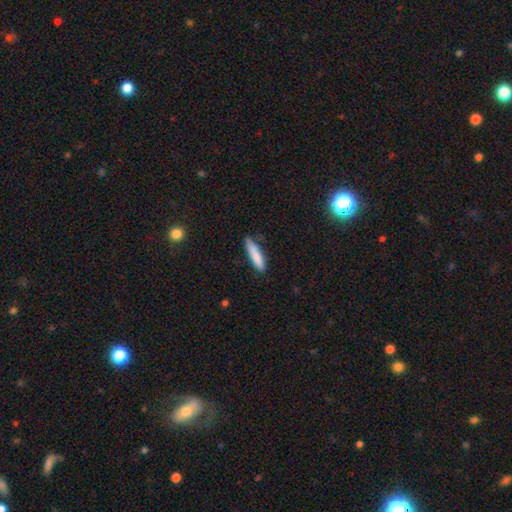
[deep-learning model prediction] smooth 83%, featured or disk 11%, star or artifact 6%. Down the decision tree: how rounded — cigar-shaped (79%); merging — none (75%).